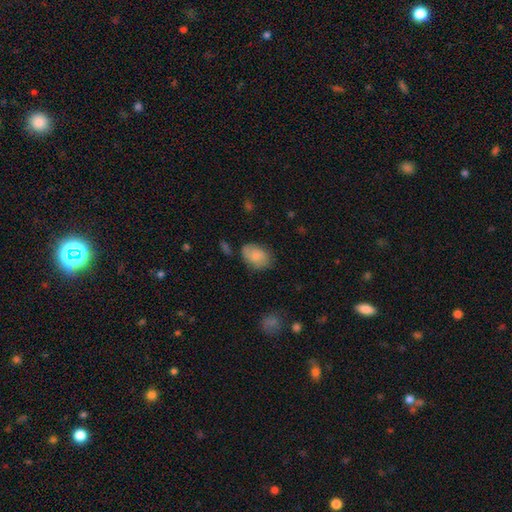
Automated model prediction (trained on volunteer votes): Smooth or featured: smooth — 76% (featured or disk — 17%)
How rounded: in between — 84% (round — 15%)
Merging: none — 66% (minor disturbance — 24%)